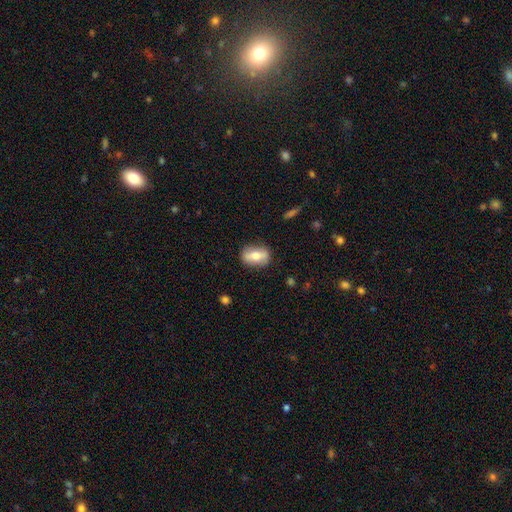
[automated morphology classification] smooth 59%, featured or disk 34%, star or artifact 7%. Down the decision tree: how rounded — in between (79%); merging — none (83%).